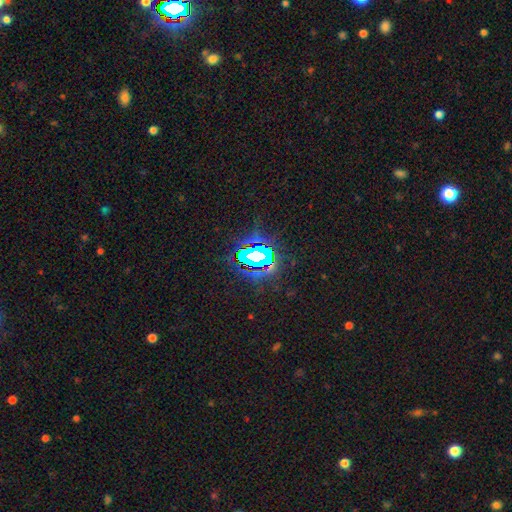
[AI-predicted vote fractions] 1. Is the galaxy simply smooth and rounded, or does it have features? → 69% star or artifact, 16% smooth, 15% featured or disk.